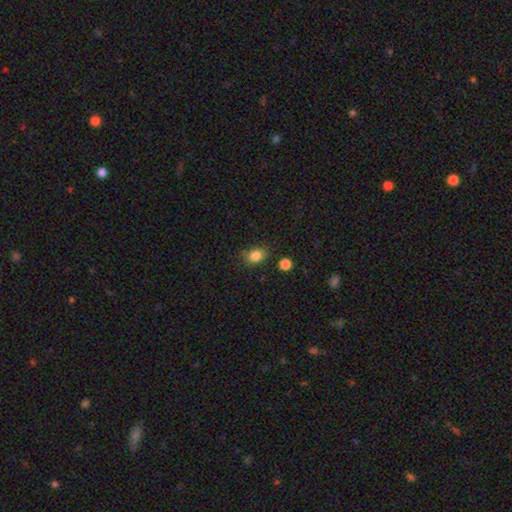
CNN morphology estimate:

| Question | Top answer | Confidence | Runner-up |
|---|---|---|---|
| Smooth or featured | smooth | 84% | star or artifact (11%) |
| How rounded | round | 53% | in between (45%) |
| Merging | none | 76% | minor disturbance (15%) |